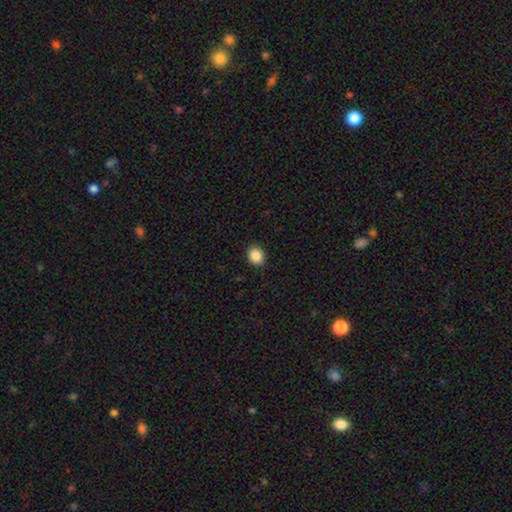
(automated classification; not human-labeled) Overall: smooth (88%). How rounded: round (55%; in between 44%). Merging: none (90%).